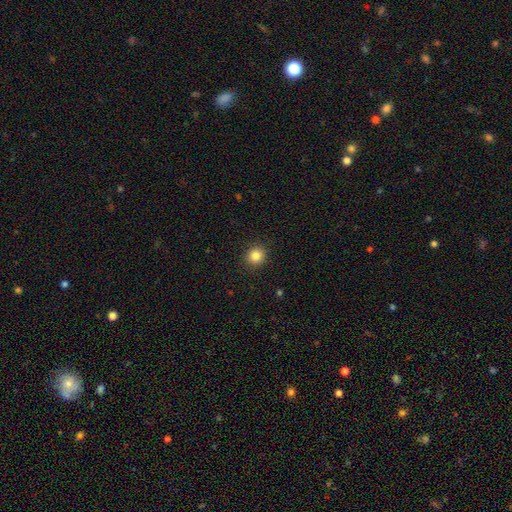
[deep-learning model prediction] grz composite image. It shows a smooth galaxy with no disk features (84%) that is round (90%). Merging: none (92%).